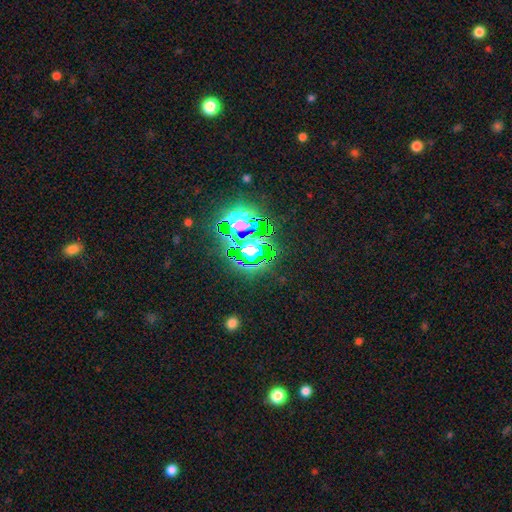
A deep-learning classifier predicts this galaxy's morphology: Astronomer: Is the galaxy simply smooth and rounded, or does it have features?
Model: star or artifact — 73%.